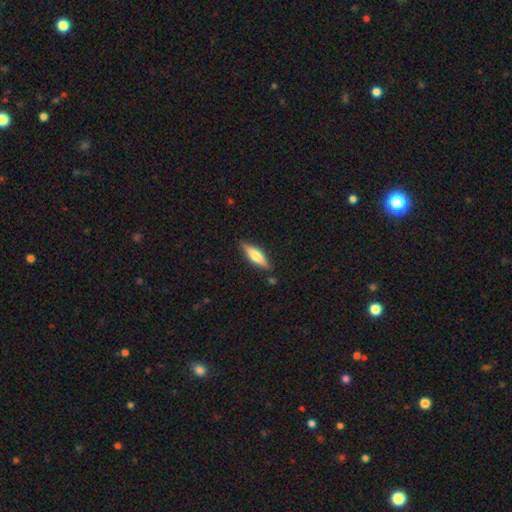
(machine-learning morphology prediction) This appears to be a smooth galaxy with no disk features (47%, tied with featured or disk). Merging: none (84%).